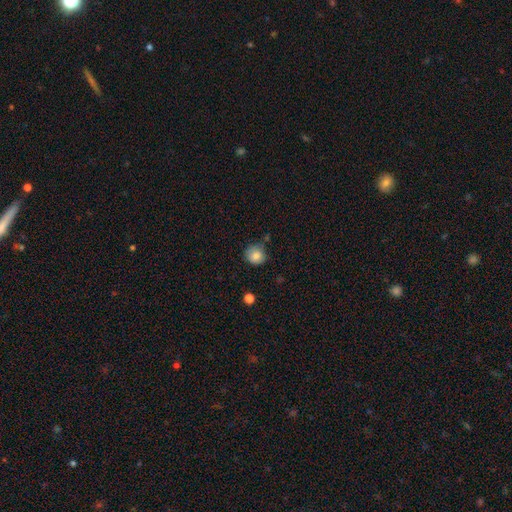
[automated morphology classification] Overall: smooth (82%). How rounded: round (86%). Merging: none (68%).